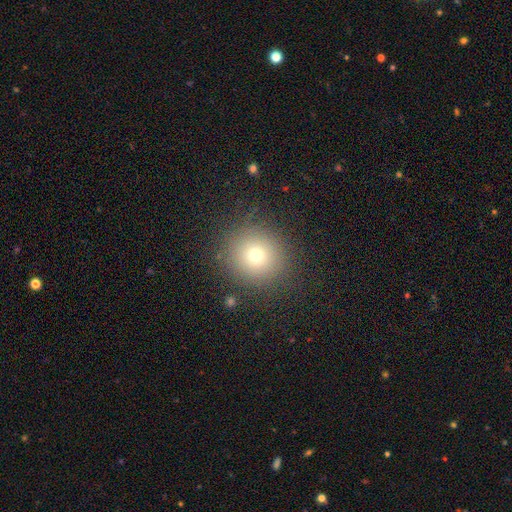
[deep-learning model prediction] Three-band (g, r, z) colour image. It shows a smooth galaxy with no disk features (72%) that is round (92%). Merging: none (87%).